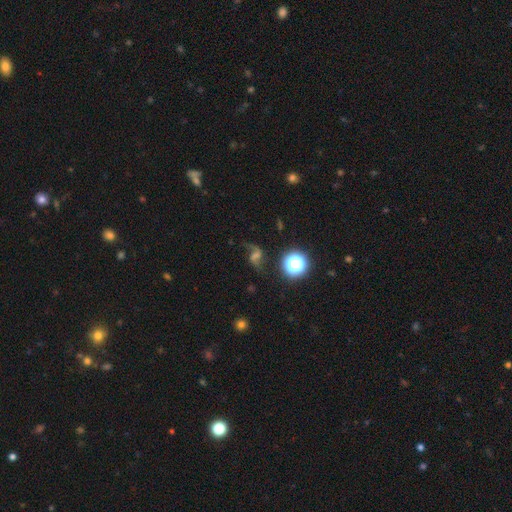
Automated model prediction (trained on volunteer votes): The model was most divided on "bulge size": moderate: 30%, small: 29%, none: 23%, large: 13%, dominant: 5%. Remaining: edge-on disk — no (96%); spiral arms — yes (93%); spiral arm count — 2 (87%); spiral winding — loose (78%); merging — none (68%); smooth or featured — featured or disk (60%); bar — no (44%).